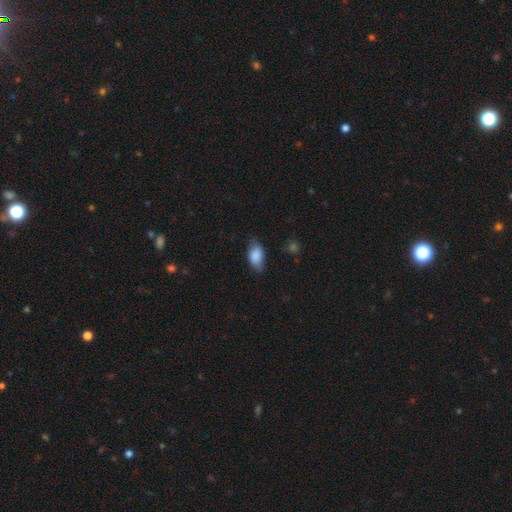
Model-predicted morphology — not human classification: smooth-or-featured: smooth: 85% | featured or disk: 8% | star or artifact: 7%
  how-rounded: in between: 90% | round: 7% | cigar-shaped: 3%
  merging: none: 69% | minor disturbance: 24% | major disturbance: 5% | merger: 1%